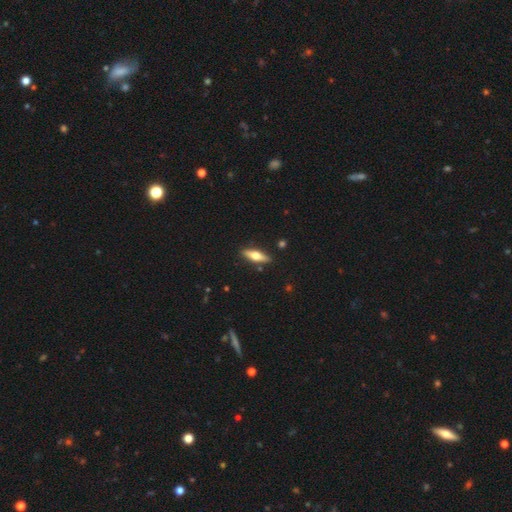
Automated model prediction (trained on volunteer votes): smooth 49%, featured or disk 46%, star or artifact 6%. Down the decision tree: merging — none (88%).